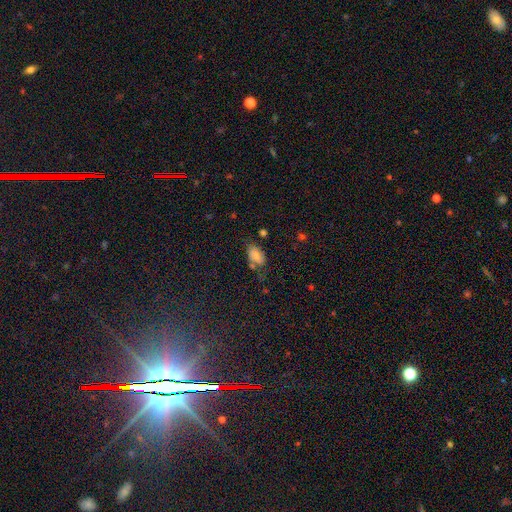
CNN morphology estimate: Overall: smooth (64%). How rounded: in between (90%). Merging: none (51%; minor disturbance 27%).